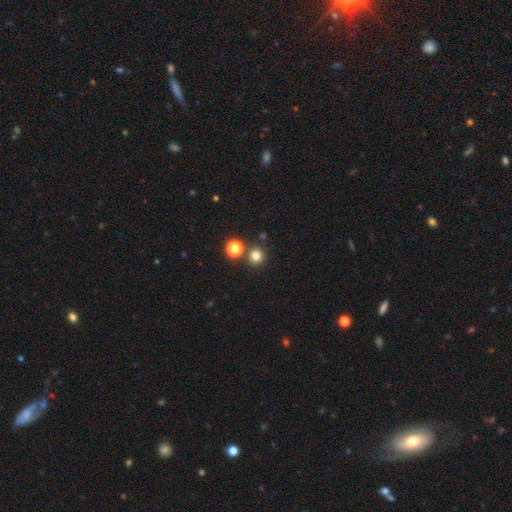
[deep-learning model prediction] A smooth galaxy with no disk features (78%) that is round (93%).

Vote fractions:
- Smooth or featured? smooth: 78% / star or artifact: 16% / featured or disk: 5%
- How rounded? round: 93% / in between: 6% / cigar-shaped: 1%
- Merging? none: 79% / merger: 12% / minor disturbance: 6% / major disturbance: 3%